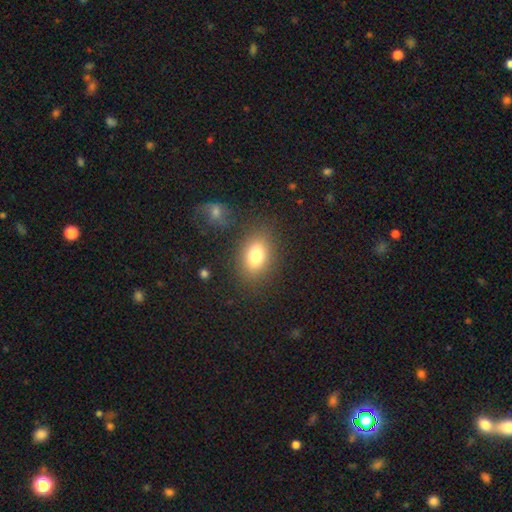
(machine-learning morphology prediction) Smooth or featured?
  - smooth: 79% *
  - featured or disk: 11%
  - star or artifact: 11%
How rounded?
  - in between: 75% *
  - round: 23%
  - cigar-shaped: 2%
Merging?
  - none: 82% *
  - minor disturbance: 10%
  - major disturbance: 4%
  - merger: 3%